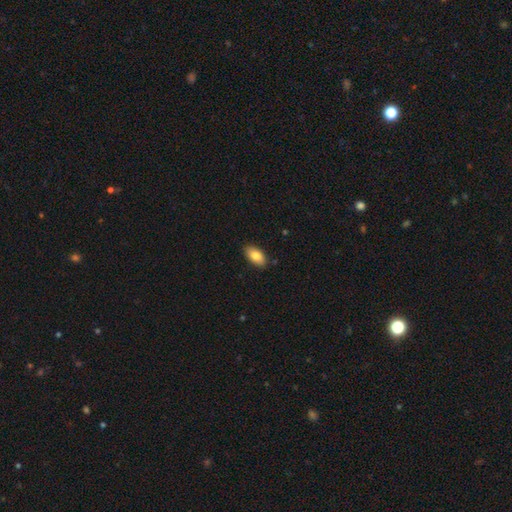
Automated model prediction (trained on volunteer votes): This appears to be a smooth galaxy with no disk features (83%) that is in between round and cigar-shaped (93%). Merging: none (87%).